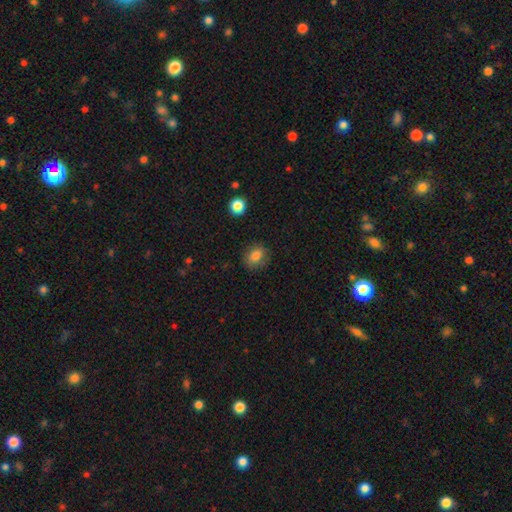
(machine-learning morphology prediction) This appears to be a smooth galaxy with no disk features (83%) that is round (59%). Merging: none (83%).